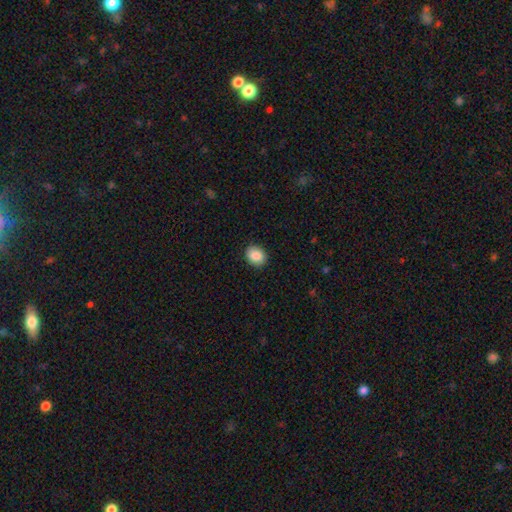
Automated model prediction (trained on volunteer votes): Smooth or featured? Predicted: smooth (p=0.87). How rounded? Predicted: round (p=0.60). Merging? Predicted: none (p=0.90).